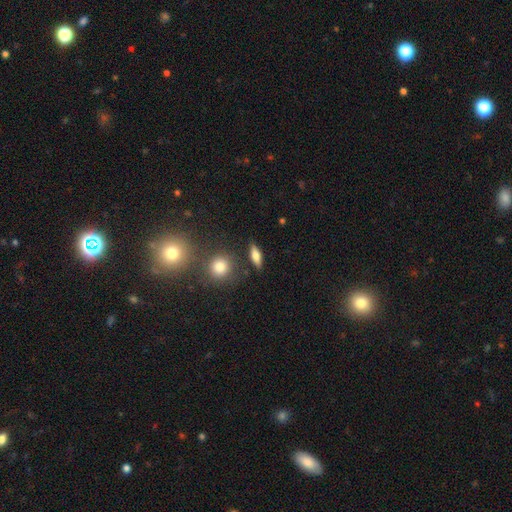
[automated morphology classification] Smooth or featured: smooth — 63% (featured or disk — 27%)
How rounded: in between — 55% (cigar-shaped — 36%)
Merging: none — 84% (minor disturbance — 10%)